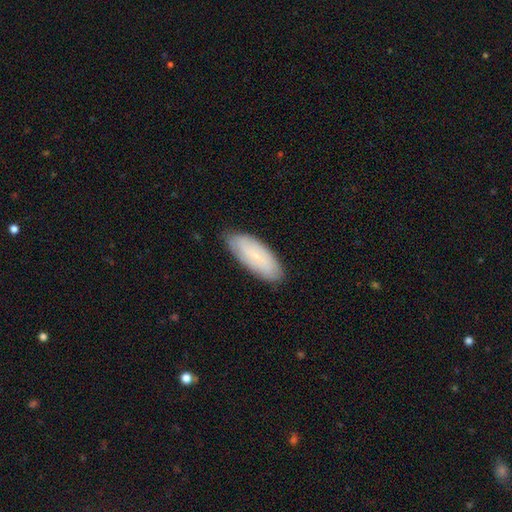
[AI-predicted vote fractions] The model was most divided on "smooth or featured": smooth: 59%, featured or disk: 34%, star or artifact: 7%. More confident: merging — none (82%); how rounded — in between (79%).